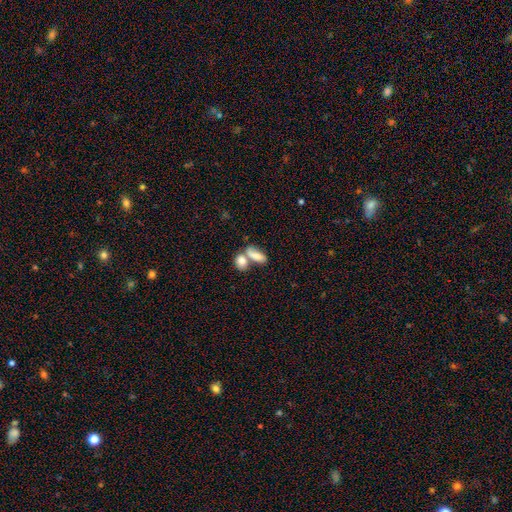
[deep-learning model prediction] Overall: smooth (79%). How rounded: in between (82%). Merging: merger (56%; none 29%).